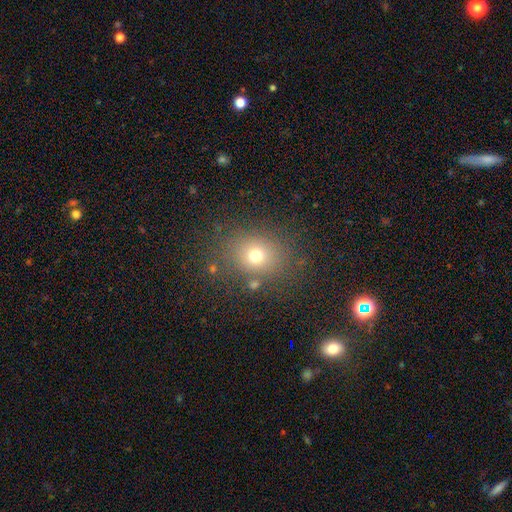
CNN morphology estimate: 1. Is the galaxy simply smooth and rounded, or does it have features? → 71% smooth, 18% star or artifact, 12% featured or disk.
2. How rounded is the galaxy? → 61% round, 38% in between, 1% cigar-shaped.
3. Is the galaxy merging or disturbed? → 80% none, 11% minor disturbance, 6% major disturbance, 3% merger.